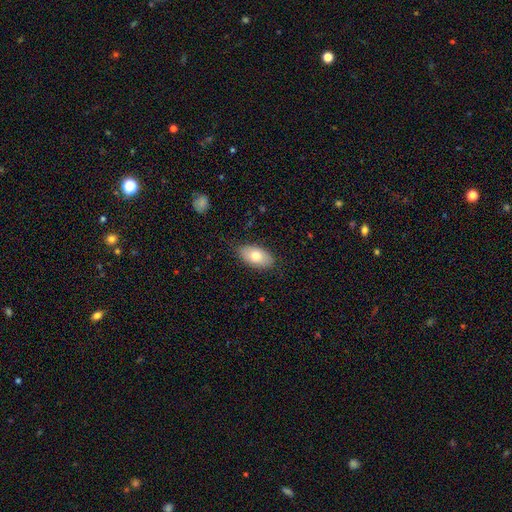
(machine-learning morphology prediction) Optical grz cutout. It shows a smooth galaxy with no disk features (76%) that is in between round and cigar-shaped (93%). Merging: none (81%).